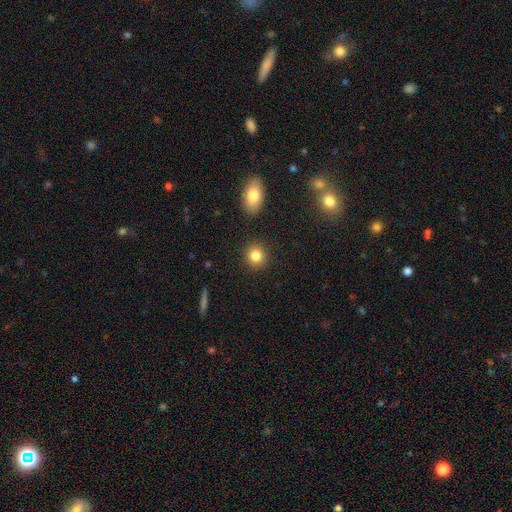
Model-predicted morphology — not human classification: smooth_or_featured: smooth (p=0.84) [alt: star or artifact p=0.09]
how_rounded: round (p=0.87) [alt: in between p=0.11]
merging: none (p=0.89) [alt: minor disturbance p=0.06]